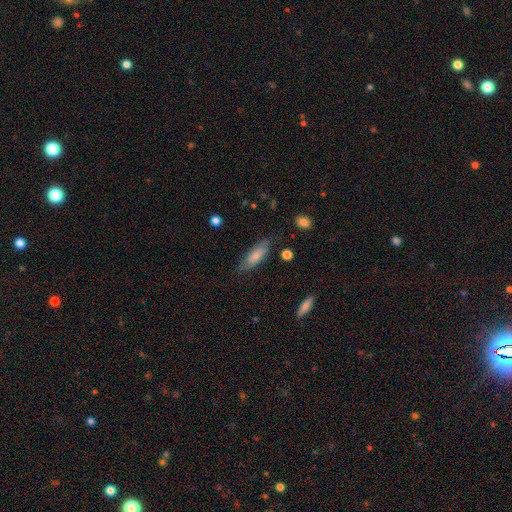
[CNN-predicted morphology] Smooth or featured: smooth — 73% (featured or disk — 20%)
How rounded: in between — 54% (cigar-shaped — 44%)
Merging: none — 74% (minor disturbance — 20%)